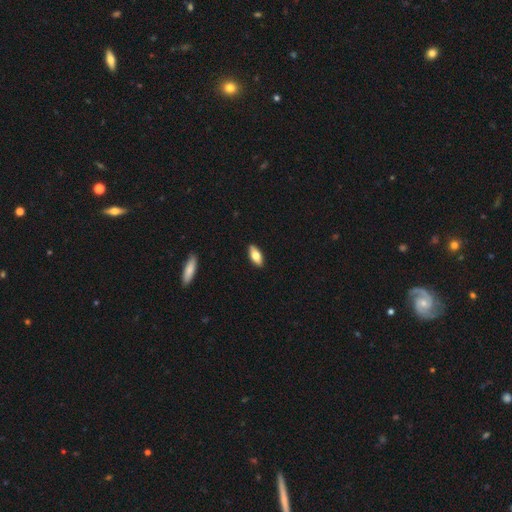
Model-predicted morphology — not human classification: smooth_or_featured: smooth (p=0.72) [alt: featured or disk p=0.22]
how_rounded: in between (p=0.83) [alt: cigar-shaped p=0.14]
merging: none (p=0.90) [alt: minor disturbance p=0.08]